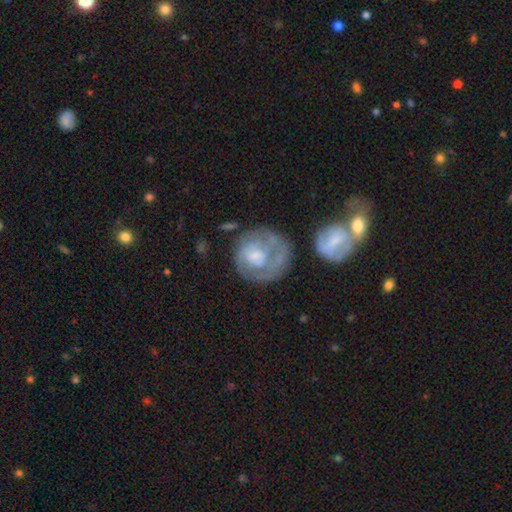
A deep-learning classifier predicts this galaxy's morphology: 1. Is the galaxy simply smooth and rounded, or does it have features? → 55% featured or disk, 37% smooth, 7% star or artifact.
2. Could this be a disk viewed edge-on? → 97% no, 3% yes.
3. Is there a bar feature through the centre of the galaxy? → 75% no, 20% weak, 5% strong.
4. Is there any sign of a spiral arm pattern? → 56% yes, 44% no.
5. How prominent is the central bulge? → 43% moderate, 23% small, 16% none, 15% large, 2% dominant.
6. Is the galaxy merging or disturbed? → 53% none, 20% minor disturbance, 19% major disturbance, 8% merger.